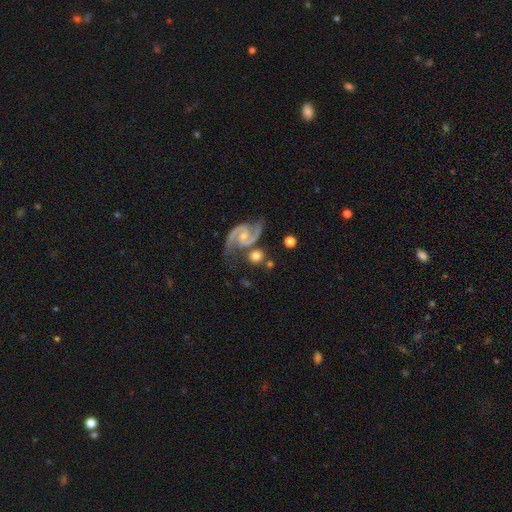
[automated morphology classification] Smooth or featured?
  - featured or disk: 66% *
  - smooth: 27%
  - star or artifact: 7%
Edge-on disk?
  - no: 97% *
  - yes: 3%
Bar?
  - no: 49% *
  - weak: 40%
  - strong: 11%
Spiral arms?
  - yes: 95% *
  - no: 5%
Spiral winding?
  - medium: 56% *
  - loose: 28%
  - tight: 16%
Spiral arm count?
  - 2: 92% *
  - can't tell: 2%
  - 3: 2%
  - 1: 2%
  - 4: 1%
  - more than 4: 1%
Bulge size?
  - small: 58% *
  - moderate: 31%
  - none: 6%
  - large: 4%
  - dominant: 2%
Merging?
  - none: 66% *
  - merger: 15%
  - minor disturbance: 14%
  - major disturbance: 5%